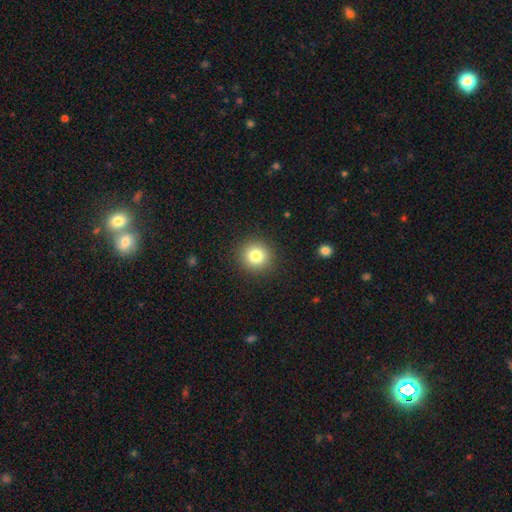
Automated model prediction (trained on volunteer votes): Smooth or featured? smooth (81%)
How rounded? round (92%)
Merging? none (91%)